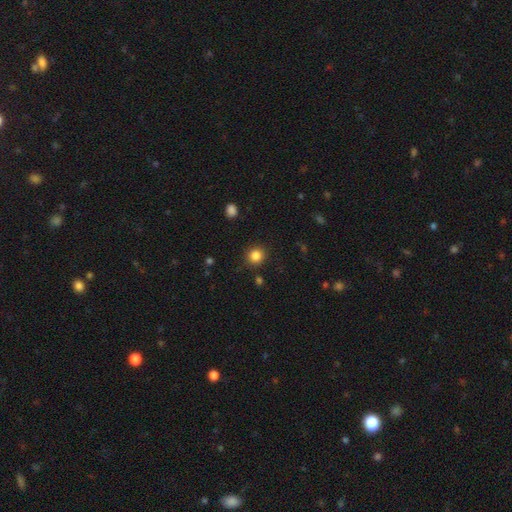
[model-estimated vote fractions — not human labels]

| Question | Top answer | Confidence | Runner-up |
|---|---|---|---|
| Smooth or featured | smooth | 84% | star or artifact (11%) |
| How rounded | round | 88% | in between (11%) |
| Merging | none | 89% | minor disturbance (7%) |